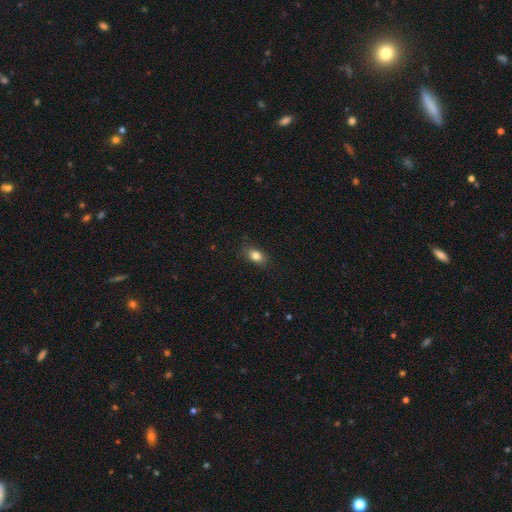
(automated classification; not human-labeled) Overall: smooth (83%). How rounded: in between (80%). Merging: none (83%).